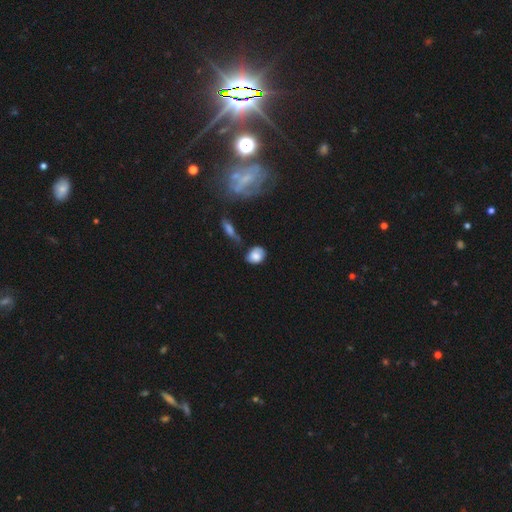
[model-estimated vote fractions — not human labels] Morphology: type=smooth (79%); roundness=round (49%, tied with in between); merging=none (53%).